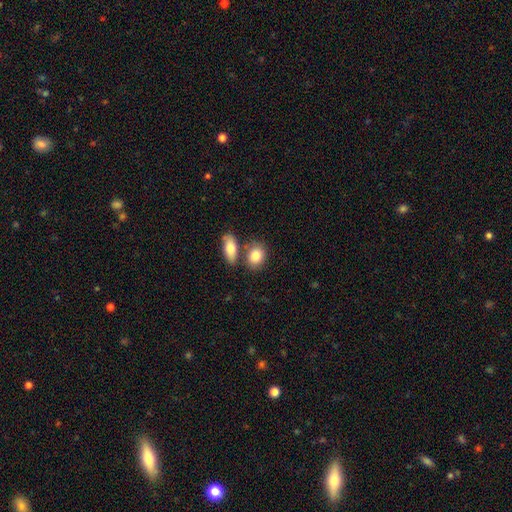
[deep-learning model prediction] Smooth or featured: smooth — 82% (featured or disk — 11%)
How rounded: in between — 70% (round — 28%)
Merging: none — 57% (merger — 28%)